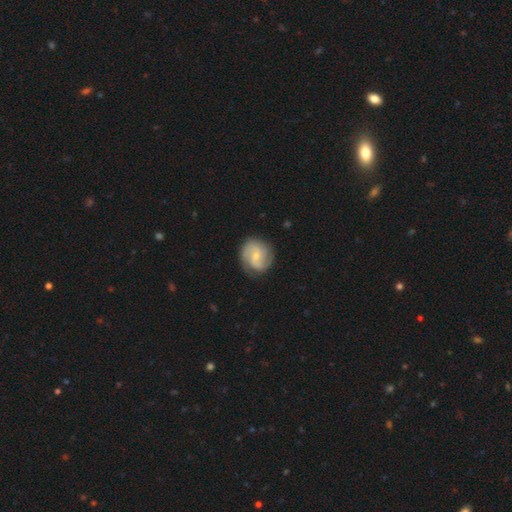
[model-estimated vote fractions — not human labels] Smooth or featured? Predicted: featured or disk (p=0.75). Edge-on disk? Predicted: no (p=0.98). Bar? Predicted: no (p=0.54). Spiral arms? Predicted: yes (p=0.94). Spiral winding? Predicted: medium (p=0.45). Spiral arm count? Predicted: 2 (p=0.62). Bulge size? Predicted: small (p=0.65). Merging? Predicted: none (p=0.79).